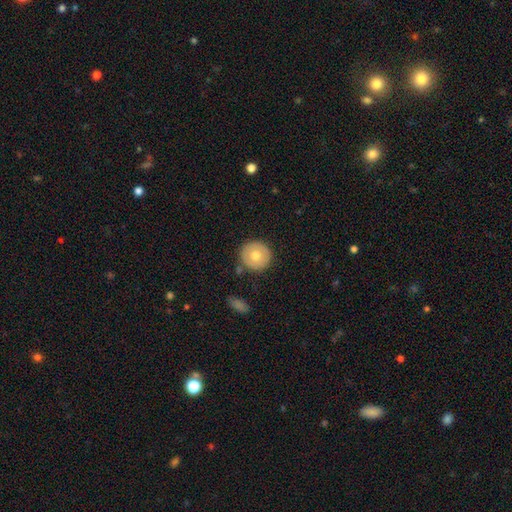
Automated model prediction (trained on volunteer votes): Smooth or featured? smooth (69%)
How rounded? round (95%)
Merging? none (87%)